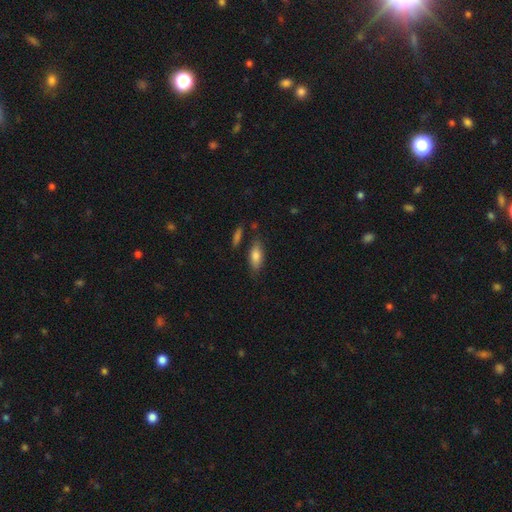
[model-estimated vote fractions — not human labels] smooth-or-featured: smooth: 79% | featured or disk: 14% | star or artifact: 7%
  how-rounded: in between: 77% | cigar-shaped: 20% | round: 3%
  merging: none: 78% | minor disturbance: 14% | merger: 4% | major disturbance: 4%